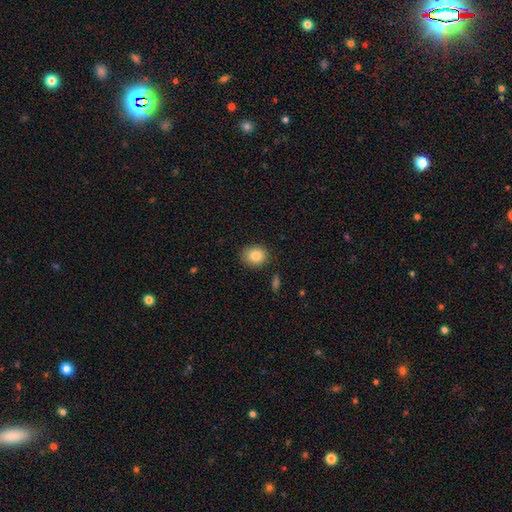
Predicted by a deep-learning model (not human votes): Morphology: type=smooth (84%); roundness=round (63%); merging=none (85%).